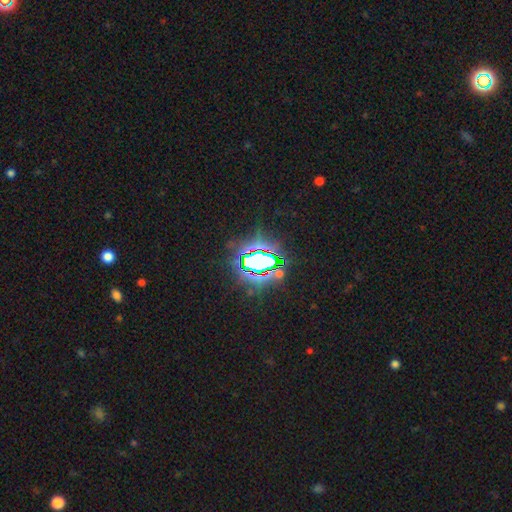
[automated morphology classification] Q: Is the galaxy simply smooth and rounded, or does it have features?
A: star or artifact — 79%.